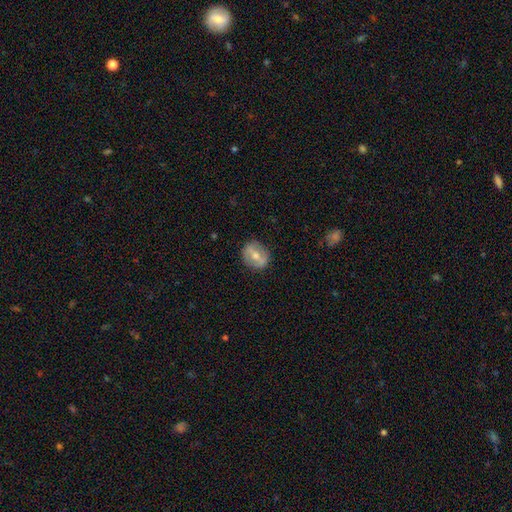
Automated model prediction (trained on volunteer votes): Morphology: type=featured or disk (53%); edge-on=no (93%); merging=none (84%).